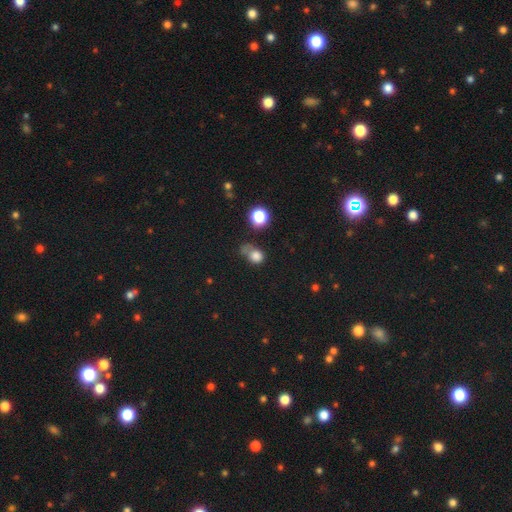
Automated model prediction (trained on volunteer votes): smooth_or_featured: smooth (p=0.77) [alt: star or artifact p=0.15]
how_rounded: round (p=0.71) [alt: in between p=0.28]
merging: none (p=0.41) [alt: minor disturbance p=0.23]